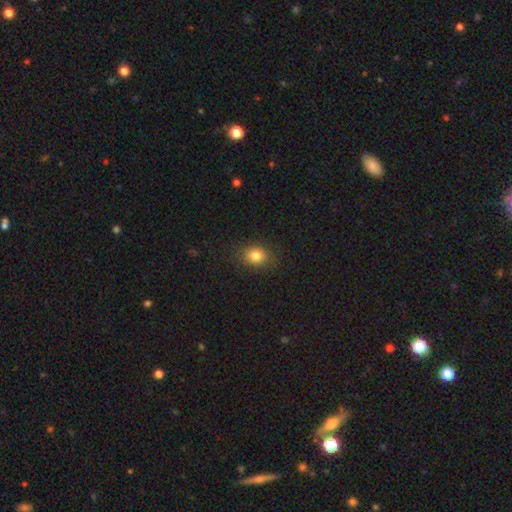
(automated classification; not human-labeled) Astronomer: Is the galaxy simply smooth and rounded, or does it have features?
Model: smooth — 82%.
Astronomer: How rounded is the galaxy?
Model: round — 50% (runner-up: in between, 49%).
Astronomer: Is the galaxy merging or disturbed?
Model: none — 86%.